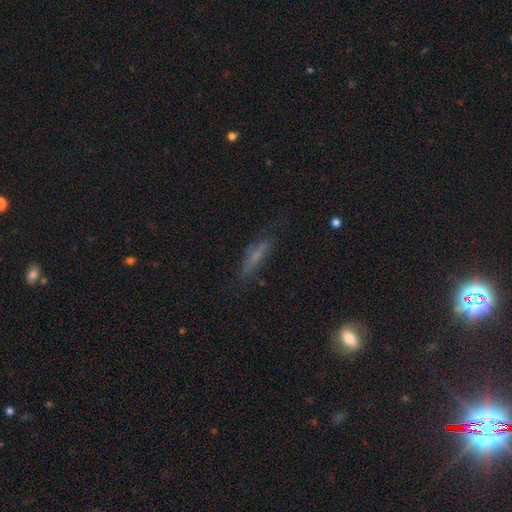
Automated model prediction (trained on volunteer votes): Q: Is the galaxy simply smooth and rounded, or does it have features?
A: smooth — 52%.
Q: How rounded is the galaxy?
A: cigar-shaped — 74%.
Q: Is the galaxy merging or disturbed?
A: none — 63%.